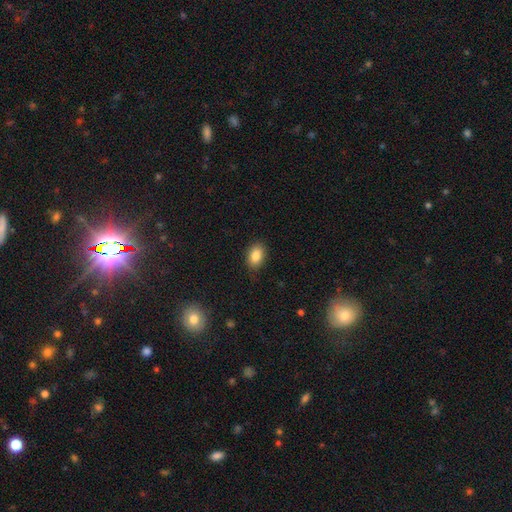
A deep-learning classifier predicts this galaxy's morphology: The model was most divided on "how rounded": in between: 83%, round: 15%, cigar-shaped: 1%. More confident: smooth or featured — smooth (85%); merging — none (84%).